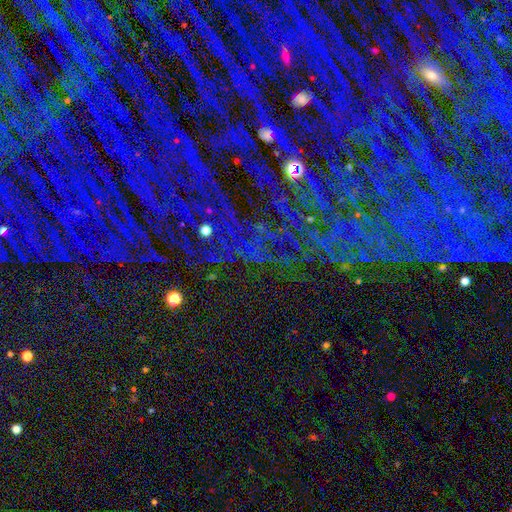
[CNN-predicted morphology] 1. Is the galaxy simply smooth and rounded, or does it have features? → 82% star or artifact, 9% featured or disk, 8% smooth.